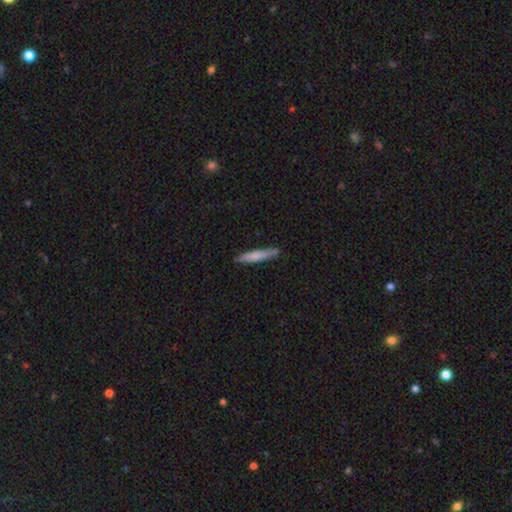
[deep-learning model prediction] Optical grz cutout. It shows a smooth galaxy with no disk features (72%) that is cigar-shaped (93%). Merging: none (85%).